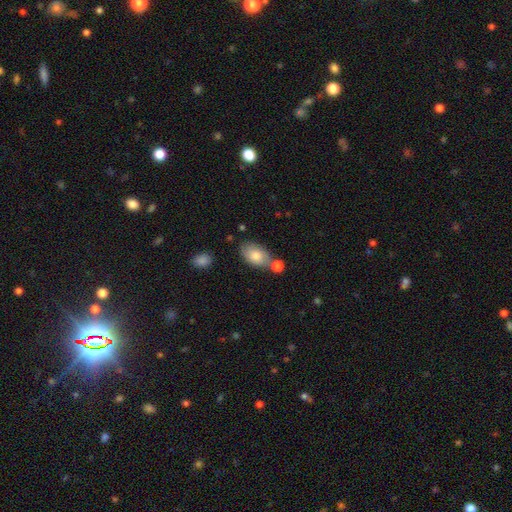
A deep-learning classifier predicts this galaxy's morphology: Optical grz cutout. It shows a smooth galaxy with no disk features (80%) that is in between round and cigar-shaped (91%). Merging: none (60%).